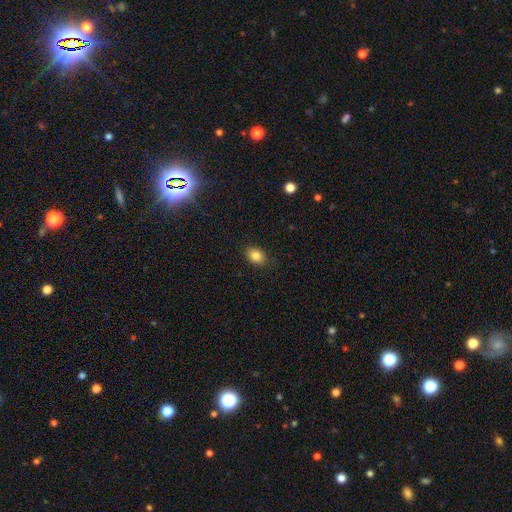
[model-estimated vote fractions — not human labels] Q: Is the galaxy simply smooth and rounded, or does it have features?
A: smooth — 84%.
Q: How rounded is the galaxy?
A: in between — 73%.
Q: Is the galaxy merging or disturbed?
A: none — 86%.